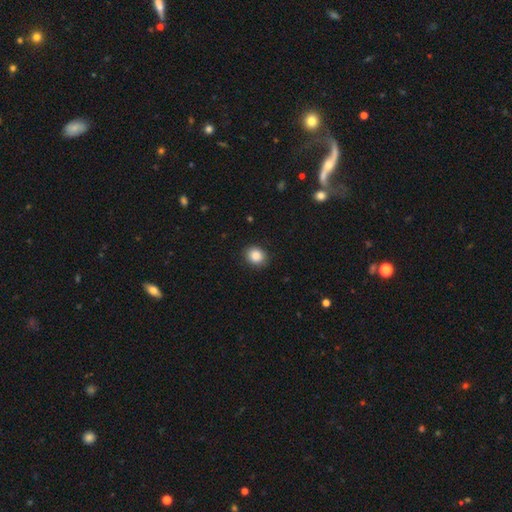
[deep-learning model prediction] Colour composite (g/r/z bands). It shows a smooth galaxy with no disk features (87%) that is round (65%). Merging: none (88%).